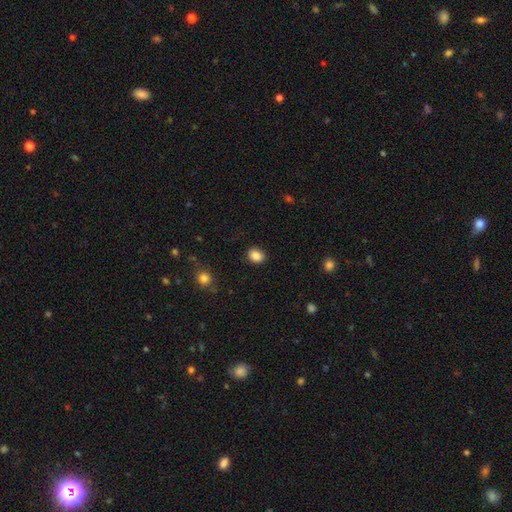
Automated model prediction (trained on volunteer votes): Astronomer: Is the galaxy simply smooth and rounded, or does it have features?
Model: smooth — 86%.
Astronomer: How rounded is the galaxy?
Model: in between — 54% (runner-up: round, 45%).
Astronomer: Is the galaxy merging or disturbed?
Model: none — 87%.